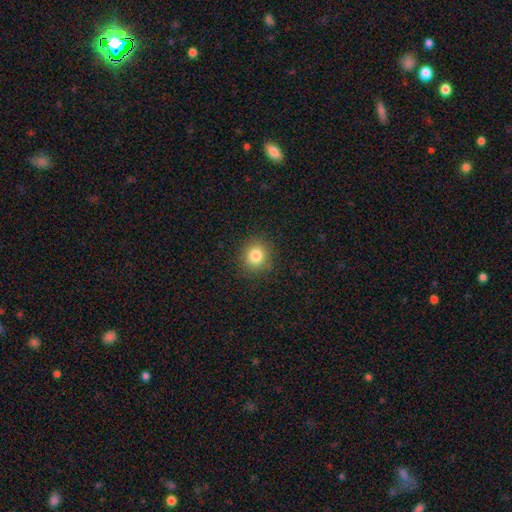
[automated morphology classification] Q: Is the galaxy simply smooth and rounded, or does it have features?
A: smooth — 82%.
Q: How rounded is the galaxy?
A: round — 81%.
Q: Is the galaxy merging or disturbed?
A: none — 88%.